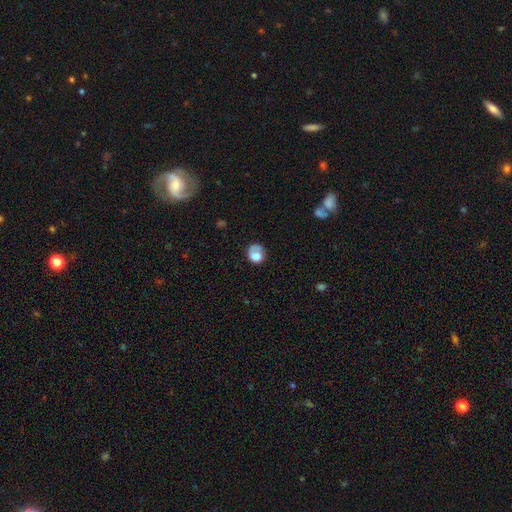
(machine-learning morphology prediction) type=smooth (70%); roundness=round (63%); merging=none (43%).